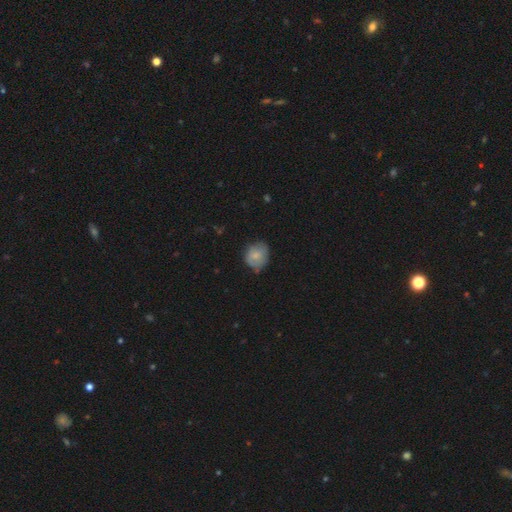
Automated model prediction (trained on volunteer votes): Smooth or featured?
  - smooth: 74% *
  - featured or disk: 19%
  - star or artifact: 8%
How rounded?
  - round: 68% *
  - in between: 31%
  - cigar-shaped: 1%
Merging?
  - none: 61% *
  - minor disturbance: 31%
  - major disturbance: 6%
  - merger: 2%